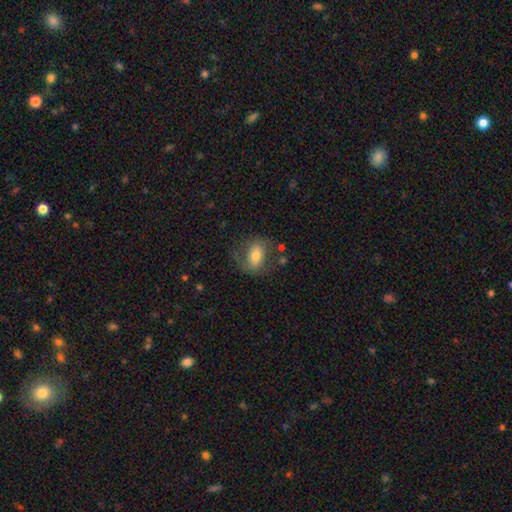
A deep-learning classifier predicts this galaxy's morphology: This is possibly a smooth galaxy (54%). How rounded: likely in between (78%). Merging: likely none (61%).